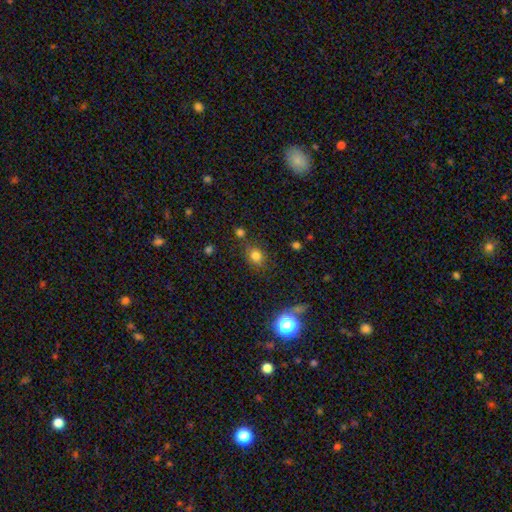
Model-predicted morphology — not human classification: Smooth or featured? Predicted: smooth (p=0.78). How rounded? Predicted: round (p=0.63). Merging? Predicted: none (p=0.76).